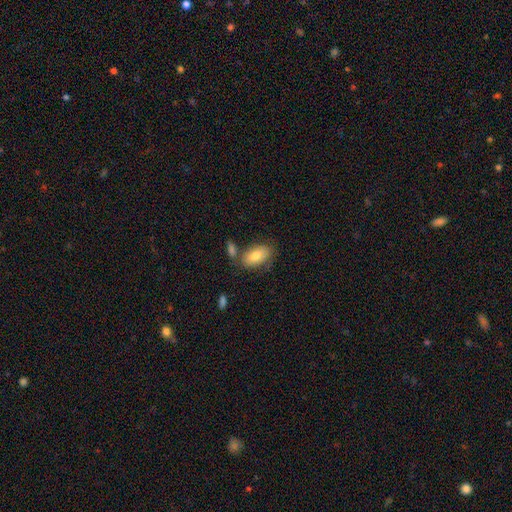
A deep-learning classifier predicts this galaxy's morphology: A smooth galaxy with no disk features (79%) that is in between round and cigar-shaped (93%).

Vote fractions:
- Smooth or featured? smooth: 79% / featured or disk: 15% / star or artifact: 7%
- How rounded? in between: 93% / round: 5% / cigar-shaped: 2%
- Merging? none: 67% / minor disturbance: 14% / merger: 14% / major disturbance: 4%